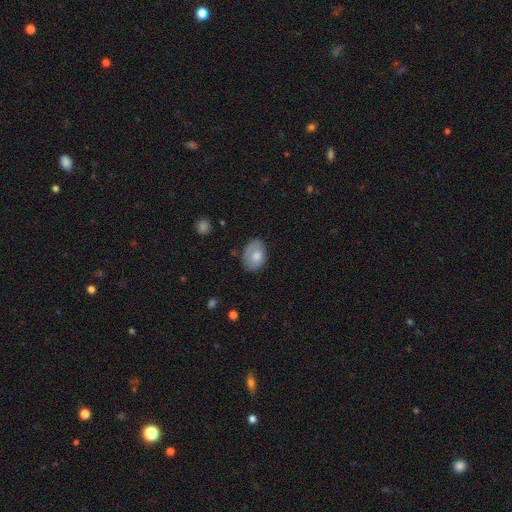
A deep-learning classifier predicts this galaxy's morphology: smooth-or-featured: smooth: 71% | featured or disk: 22% | star or artifact: 7%
  how-rounded: in between: 78% | round: 21% | cigar-shaped: 1%
  merging: none: 66% | minor disturbance: 25% | major disturbance: 7% | merger: 2%